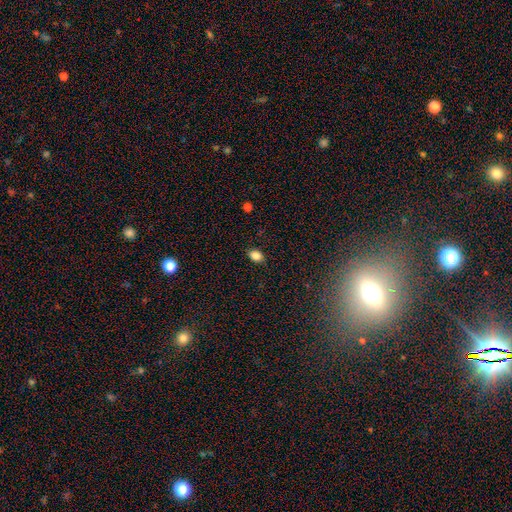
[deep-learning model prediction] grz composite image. It shows a smooth galaxy with no disk features (85%) that is in between round and cigar-shaped (76%). Merging: none (86%).